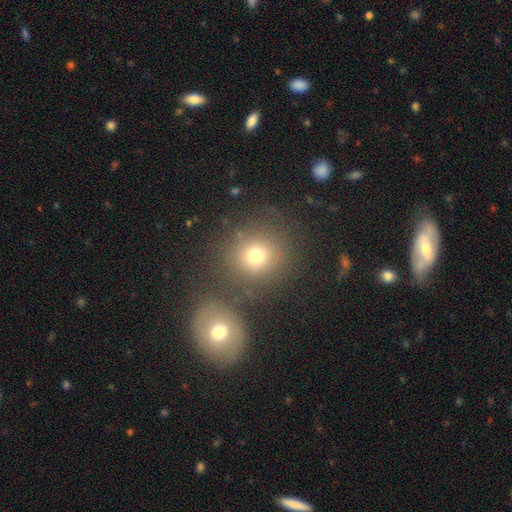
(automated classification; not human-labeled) The model was most divided on "merging": none: 70%, merger: 17%, minor disturbance: 9%, major disturbance: 5%. More confident: how rounded — round (86%); smooth or featured — smooth (74%).